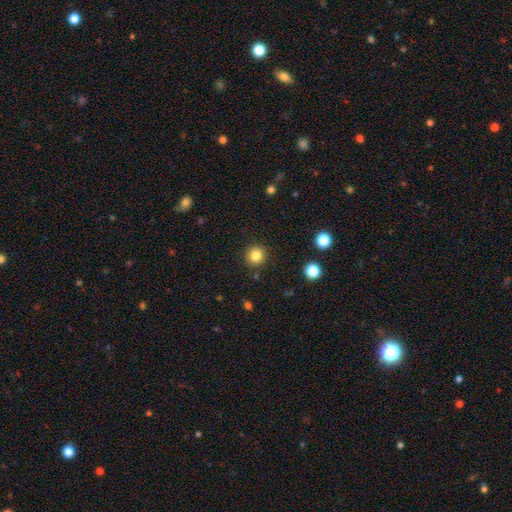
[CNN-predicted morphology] smooth 83%, star or artifact 12%, featured or disk 5%. Down the decision tree: how rounded — round (94%); merging — none (91%).